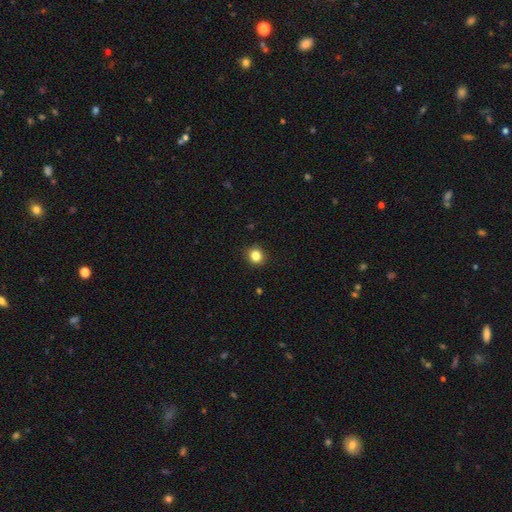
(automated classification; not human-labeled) Q: Smooth or featured?
A: smooth (84%); runner-up: star or artifact (12%)
Q: How rounded?
A: round (83%); runner-up: in between (16%)
Q: Merging?
A: none (91%); runner-up: minor disturbance (6%)